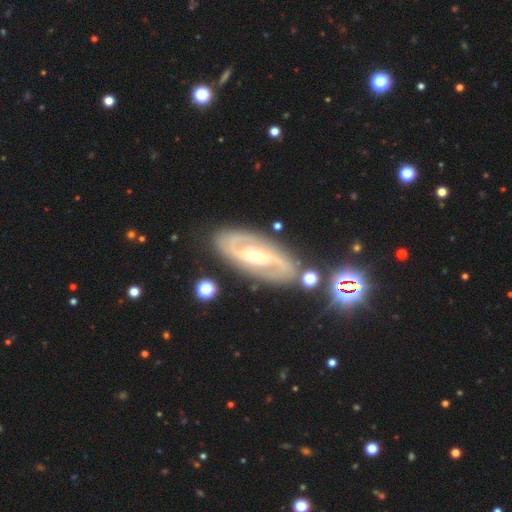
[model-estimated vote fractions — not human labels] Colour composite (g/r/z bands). It shows a featured or disk galaxy (88%) with a weak bar (37%), 2 (89%) medium (48%) spiral arms (97%) and a small central bulge (52%). Merging: none (82%).